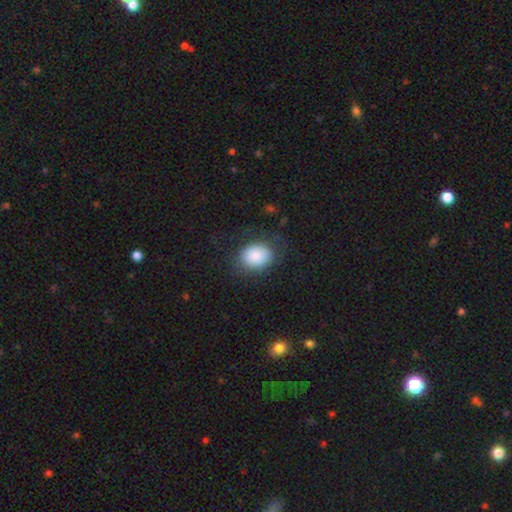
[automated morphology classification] A smooth galaxy with no disk features (85%) that is in between round and cigar-shaped (55%). Merging: none (75%).